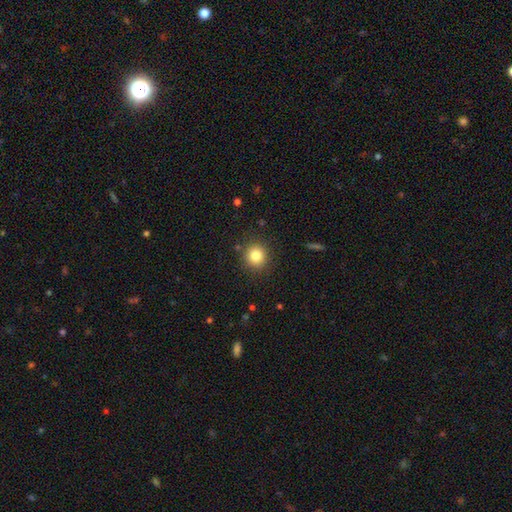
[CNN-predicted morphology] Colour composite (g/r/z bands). It shows a smooth galaxy with no disk features (82%) that is round (91%). Merging: none (89%).